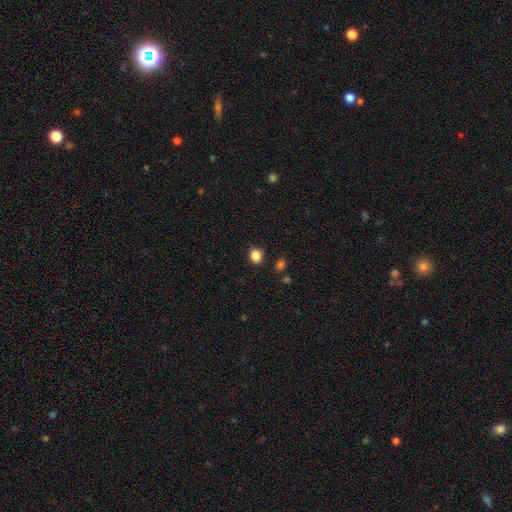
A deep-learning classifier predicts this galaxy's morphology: Smooth or featured: smooth — 86% (star or artifact — 11%)
How rounded: round — 70% (in between — 29%)
Merging: none — 84% (minor disturbance — 10%)